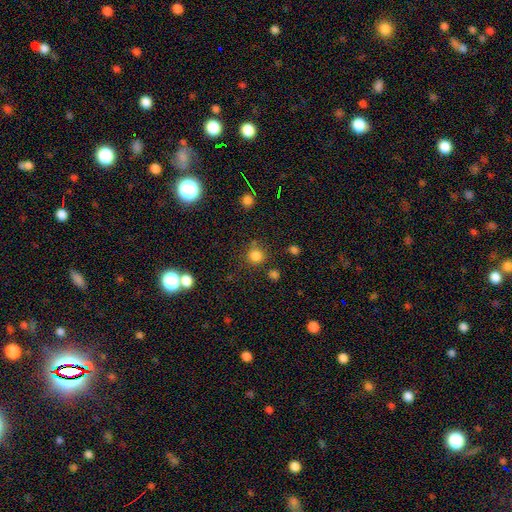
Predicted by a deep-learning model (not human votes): Smooth or featured? smooth (80%)
How rounded? round (92%)
Merging? none (77%)